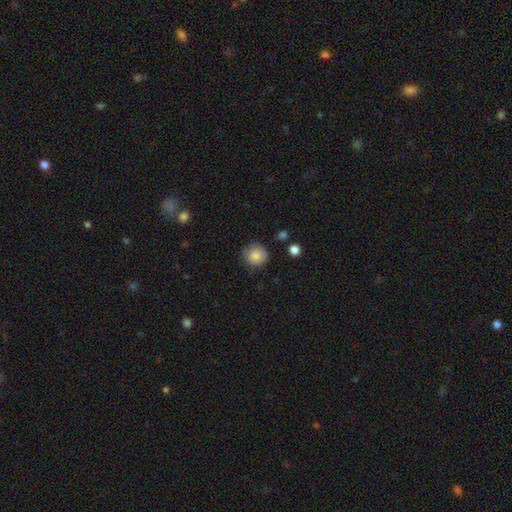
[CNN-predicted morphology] Smooth or featured: smooth — 83% (featured or disk — 9%)
How rounded: round — 92% (in between — 7%)
Merging: none — 79% (minor disturbance — 15%)